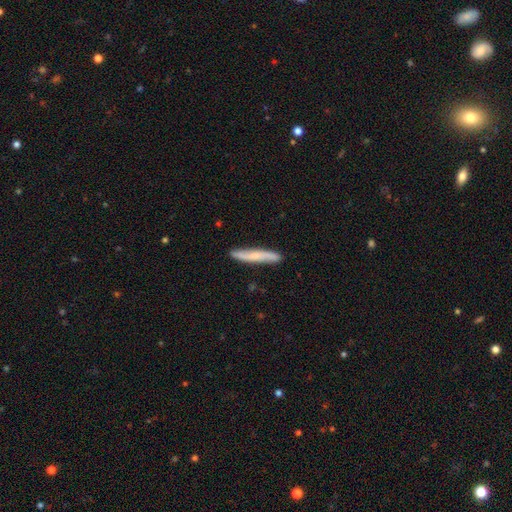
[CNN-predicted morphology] Smooth or featured? Predicted: smooth (p=0.49). Merging? Predicted: none (p=0.87).